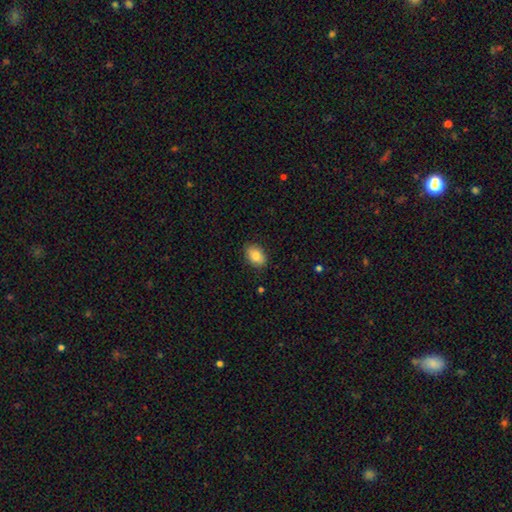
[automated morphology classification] A smooth galaxy with no disk features (84%) that is in between round and cigar-shaped (82%).

Vote fractions:
- Smooth or featured? smooth: 84% / featured or disk: 8% / star or artifact: 8%
- How rounded? in between: 82% / round: 17% / cigar-shaped: 1%
- Merging? none: 85% / minor disturbance: 12% / major disturbance: 3% / merger: 1%